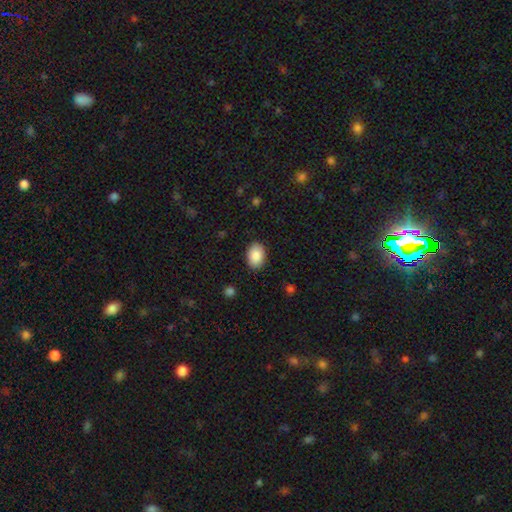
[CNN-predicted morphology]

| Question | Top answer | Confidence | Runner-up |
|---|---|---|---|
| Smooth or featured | smooth | 88% | star or artifact (7%) |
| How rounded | in between | 81% | round (18%) |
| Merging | none | 89% | minor disturbance (8%) |